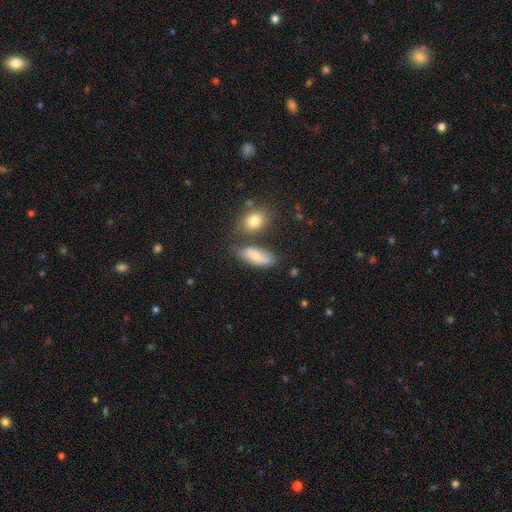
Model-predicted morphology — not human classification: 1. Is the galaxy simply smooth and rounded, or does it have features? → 72% smooth, 20% featured or disk, 8% star or artifact.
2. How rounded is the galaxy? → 82% in between, 13% cigar-shaped, 5% round.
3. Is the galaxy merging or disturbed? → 60% none, 17% merger, 17% minor disturbance, 5% major disturbance.